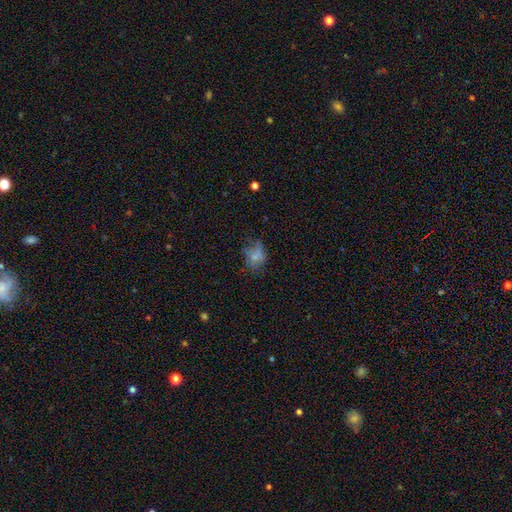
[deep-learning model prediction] smooth 62%, featured or disk 21%, star or artifact 17%. Down the decision tree: how rounded — in between (55%); merging — none (50%).